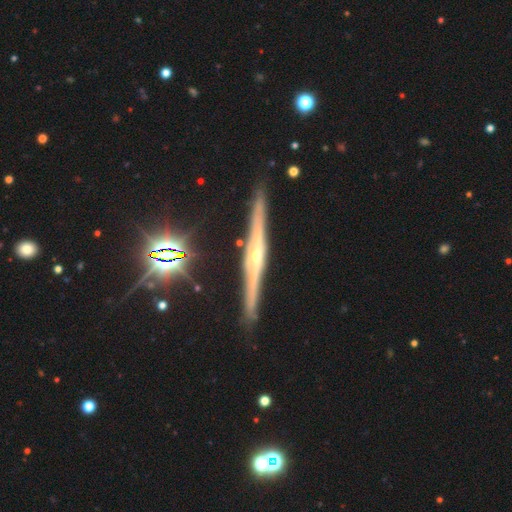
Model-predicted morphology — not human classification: This is likely a featured or disk galaxy (79%). It is clearly viewed edge-on (98%). Edge-on bulge: likely rounded (72%). Merging: clearly none (89%).